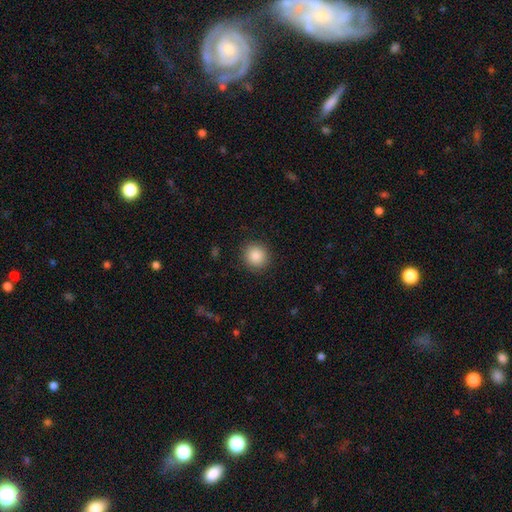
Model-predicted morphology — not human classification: This appears to be a smooth galaxy with no disk features (87%) that is round (90%). Merging: none (90%).